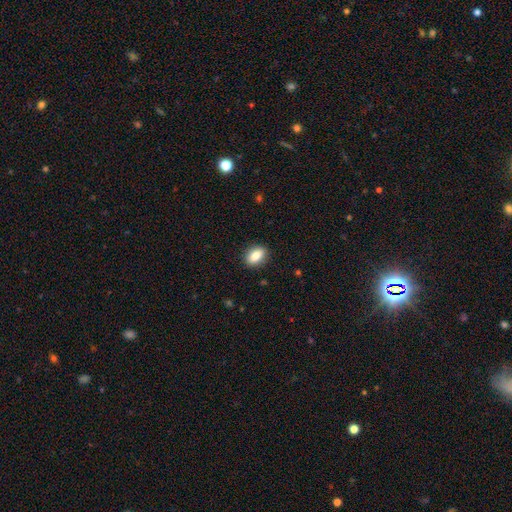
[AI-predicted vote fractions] Morphology: type=smooth (83%); roundness=in between (82%); merging=none (89%).